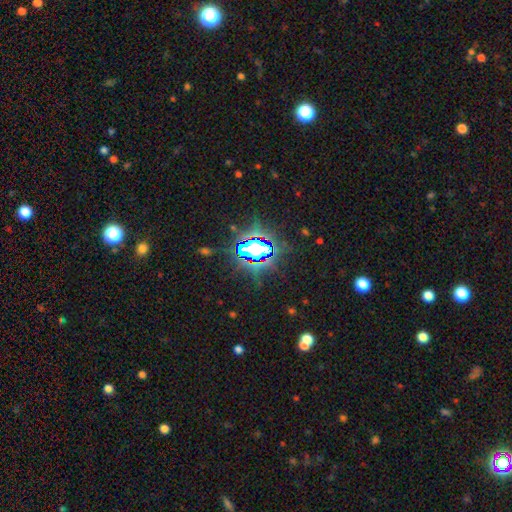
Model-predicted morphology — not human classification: Q: Smooth or featured?
A: star or artifact (78%); runner-up: smooth (13%)